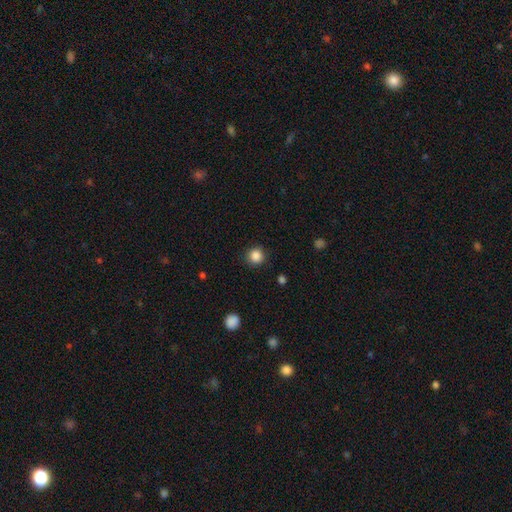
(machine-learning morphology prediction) smooth_or_featured: smooth (p=0.86) [alt: star or artifact p=0.11]
how_rounded: round (p=0.92) [alt: in between p=0.07]
merging: none (p=0.89) [alt: minor disturbance p=0.07]